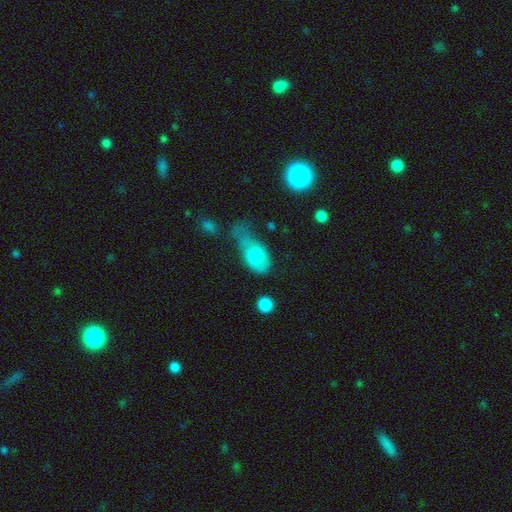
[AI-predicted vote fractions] Morphology: type=smooth (72%); roundness=in between (84%); merging=major disturbance (39%).